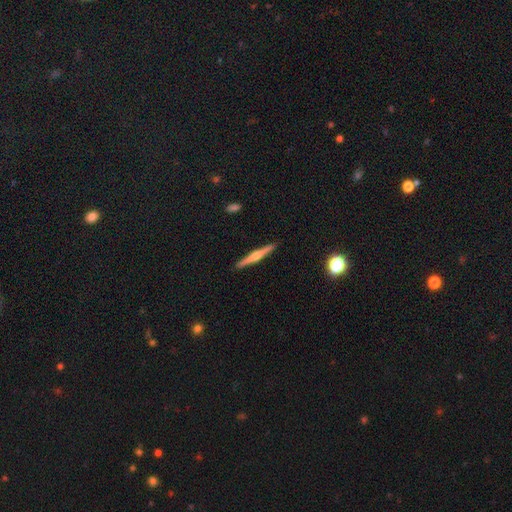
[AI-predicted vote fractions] Overall: featured or disk (69%). Edge-on disk: yes (98%). Edge-on bulge: rounded (87%). Merging: none (92%).